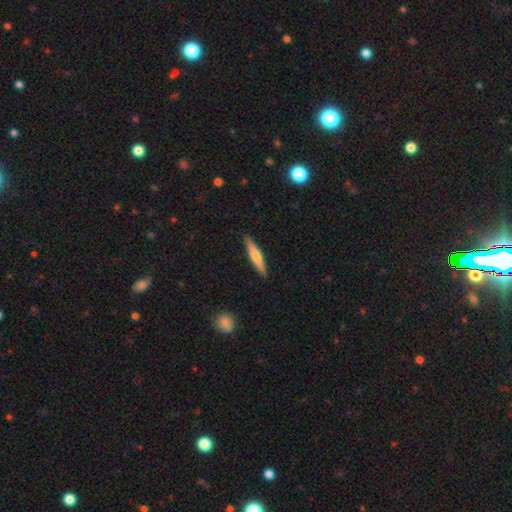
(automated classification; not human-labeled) Q: Smooth or featured?
A: smooth (52%); runner-up: featured or disk (43%)
Q: How rounded?
A: cigar-shaped (90%); runner-up: in between (8%)
Q: Merging?
A: none (90%); runner-up: minor disturbance (7%)